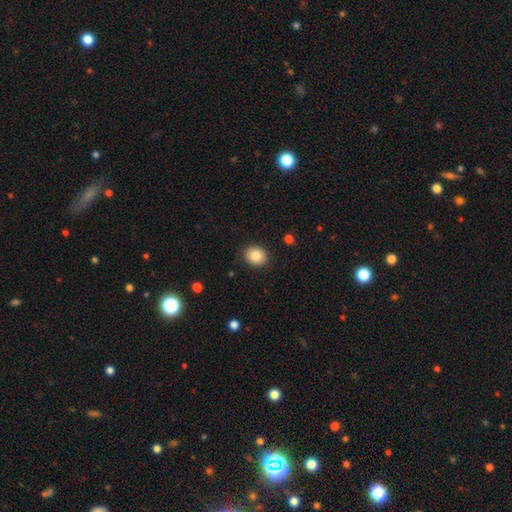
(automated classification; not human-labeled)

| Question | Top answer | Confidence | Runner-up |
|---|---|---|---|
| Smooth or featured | smooth | 84% | star or artifact (9%) |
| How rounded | round | 68% | in between (31%) |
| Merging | none | 90% | minor disturbance (7%) |